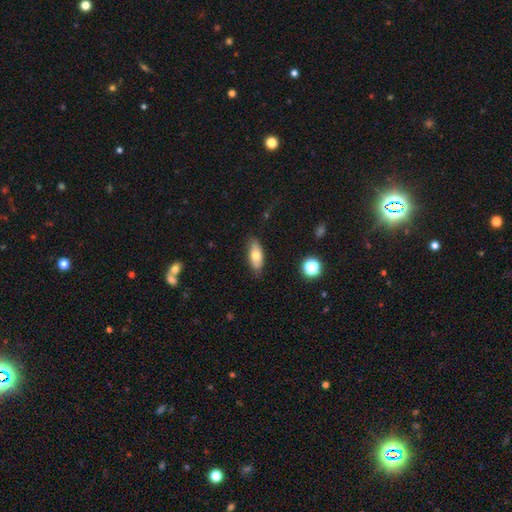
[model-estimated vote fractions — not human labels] smooth-or-featured: smooth: 69% | featured or disk: 23% | star or artifact: 8%
  how-rounded: in between: 83% | cigar-shaped: 13% | round: 4%
  merging: none: 81% | minor disturbance: 14% | major disturbance: 3% | merger: 1%